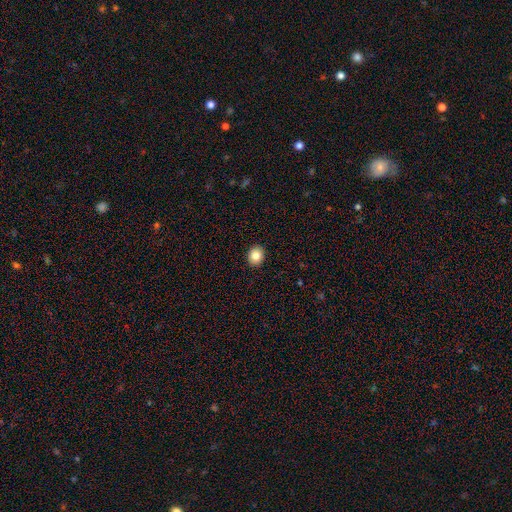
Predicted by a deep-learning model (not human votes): smooth_or_featured: smooth (p=0.85) [alt: star or artifact p=0.09]
how_rounded: round (p=0.65) [alt: in between p=0.34]
merging: none (p=0.92) [alt: minor disturbance p=0.06]